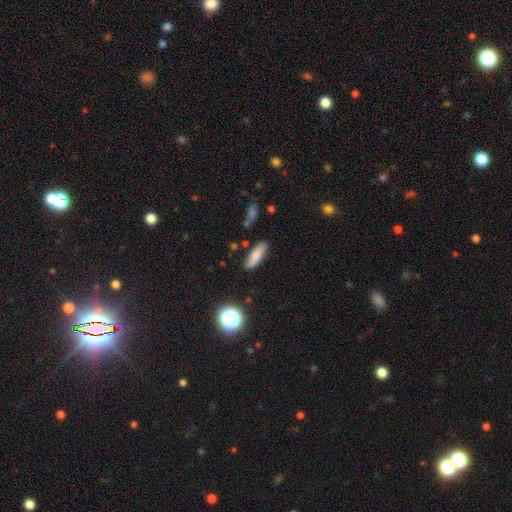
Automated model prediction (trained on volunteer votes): This appears to be a smooth galaxy with no disk features (78%) that is cigar-shaped (52%). Merging: none (81%).